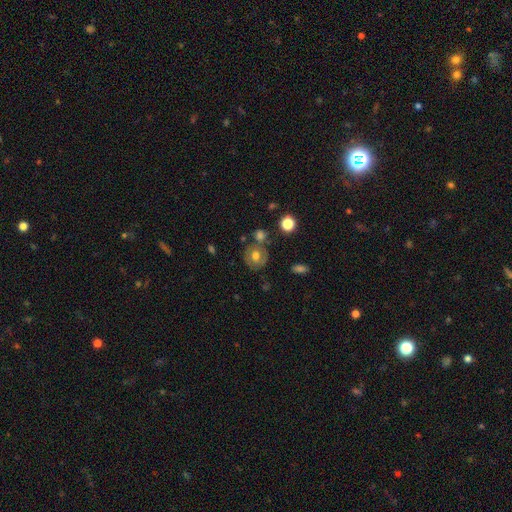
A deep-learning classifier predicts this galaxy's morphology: Smooth or featured?
  - smooth: 59% *
  - featured or disk: 30%
  - star or artifact: 10%
How rounded?
  - round: 83% *
  - in between: 16%
  - cigar-shaped: 1%
Merging?
  - none: 68% *
  - minor disturbance: 14%
  - merger: 13%
  - major disturbance: 5%